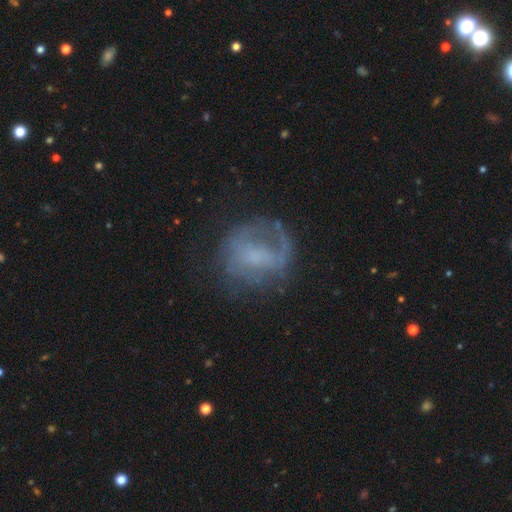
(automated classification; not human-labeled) This is possibly a featured or disk galaxy (59%). It is clearly not viewed edge-on (97%). Bar: possibly no (54%). Spiral arm pattern: likely yes (65%). Central bulge: marginally none (36%). Merging: possibly none (56%).